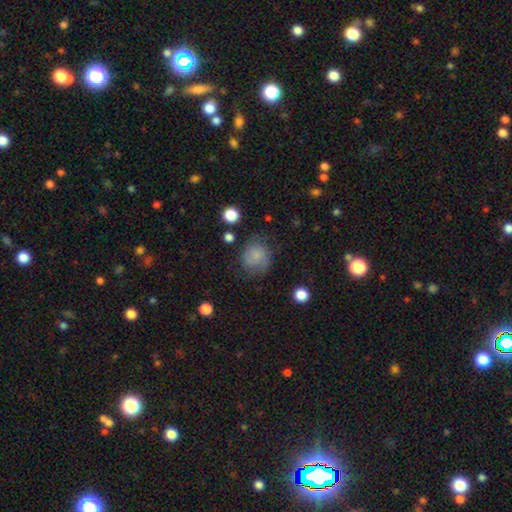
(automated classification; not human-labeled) Smooth or featured? Predicted: smooth (p=0.66). How rounded? Predicted: round (p=0.78). Merging? Predicted: none (p=0.64).